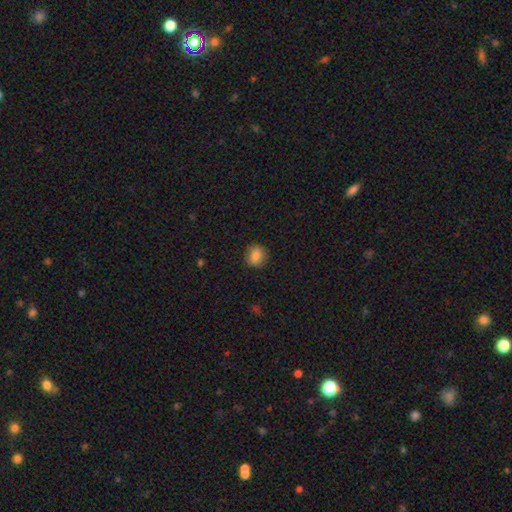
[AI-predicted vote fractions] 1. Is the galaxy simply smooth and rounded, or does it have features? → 82% smooth, 9% star or artifact, 9% featured or disk.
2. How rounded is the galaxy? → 81% round, 18% in between, 1% cigar-shaped.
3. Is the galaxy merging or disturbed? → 89% none, 8% minor disturbance, 2% major disturbance, 1% merger.